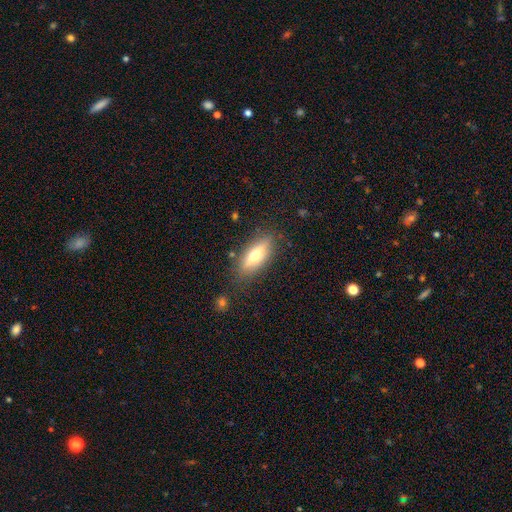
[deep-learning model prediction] featured or disk 47%, smooth 45%, star or artifact 7%. Down the decision tree: merging — none (83%).